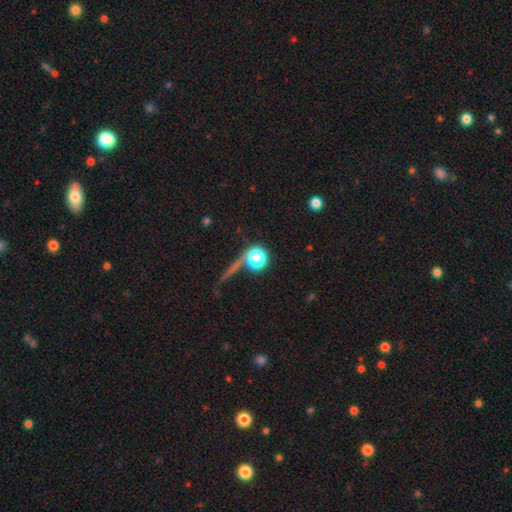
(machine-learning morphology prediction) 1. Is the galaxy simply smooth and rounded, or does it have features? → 42% star or artifact, 38% smooth, 19% featured or disk.